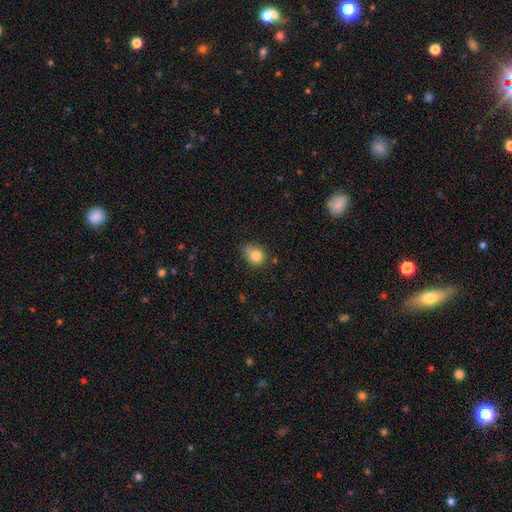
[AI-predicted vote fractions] The model was most divided on "how rounded": in between: 50%, round: 49%, cigar-shaped: 1%. More confident: smooth or featured — smooth (81%); merging — none (53%).